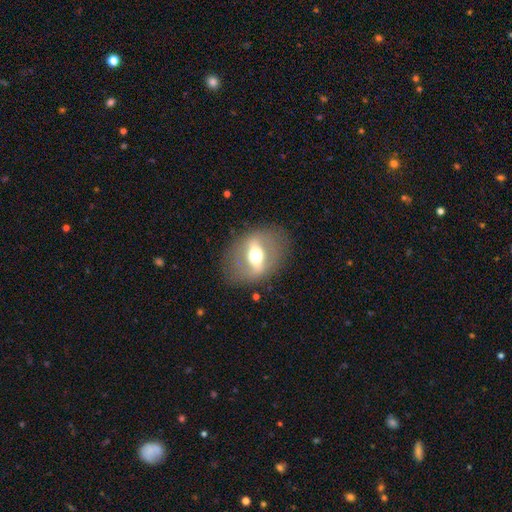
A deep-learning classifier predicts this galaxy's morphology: type=featured or disk (66%); edge-on=no (75%); merging=none (80%).